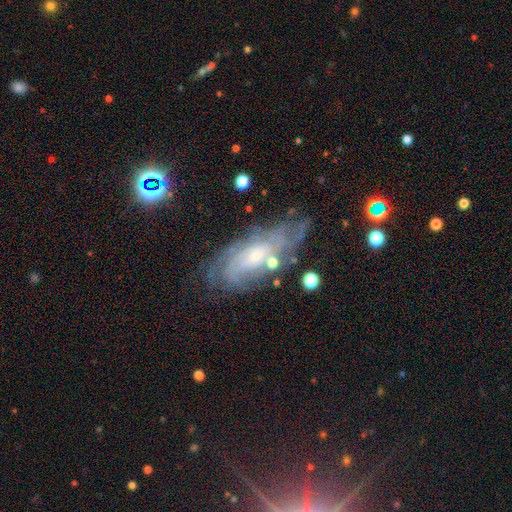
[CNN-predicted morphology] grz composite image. It shows a featured or disk galaxy (79%) with no bar (62%), tight (68%) spiral arms (92%) and a small central bulge (72%). Merging: none (68%).